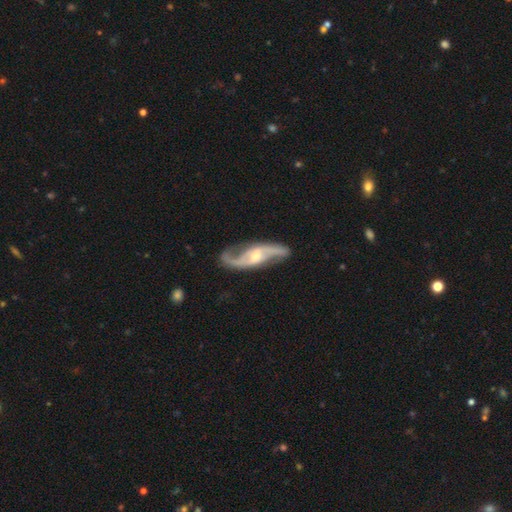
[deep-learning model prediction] Morphology: type=featured or disk (91%); edge-on=no (92%); bar=no (42%); spiral arms=yes (97%); winding=loose (51%); arm count=2 (93%); bulge=moderate (53%); merging=none (80%).